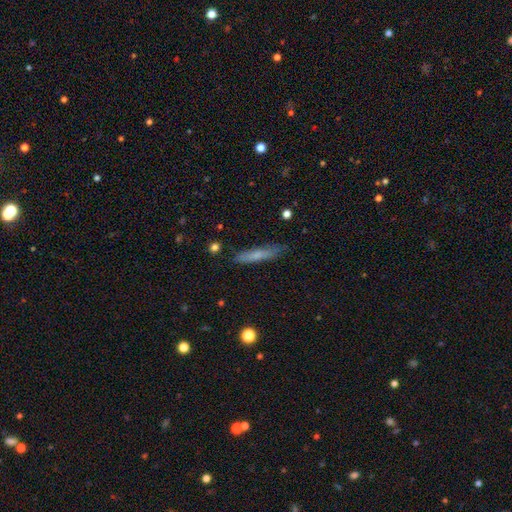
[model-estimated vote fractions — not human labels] Smooth or featured: smooth — 65% (featured or disk — 28%)
How rounded: cigar-shaped — 91% (in between — 7%)
Merging: none — 84% (minor disturbance — 13%)